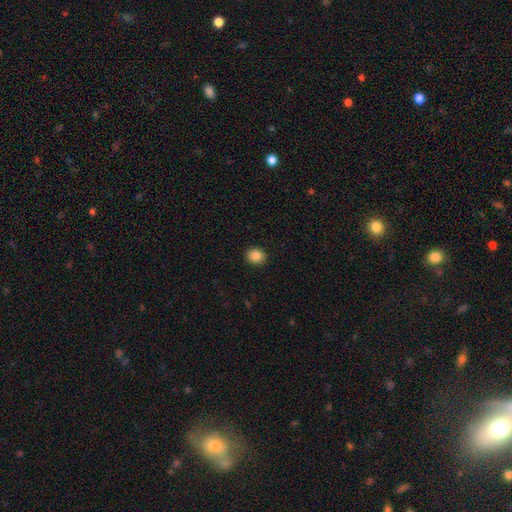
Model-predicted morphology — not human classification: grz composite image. It shows a smooth galaxy with no disk features (86%) that is round (67%). Merging: none (91%).